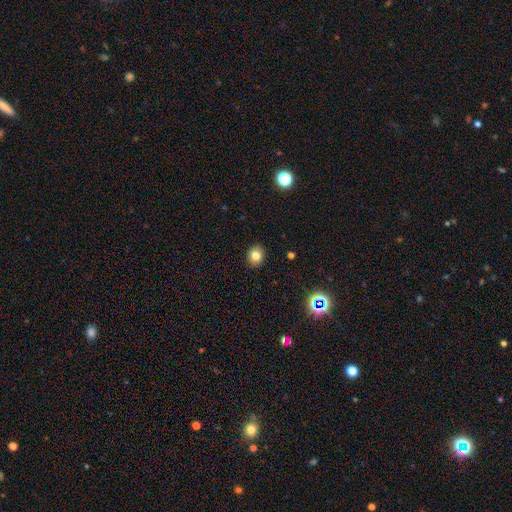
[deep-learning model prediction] Morphology: type=smooth (81%); roundness=round (60%); merging=none (90%).